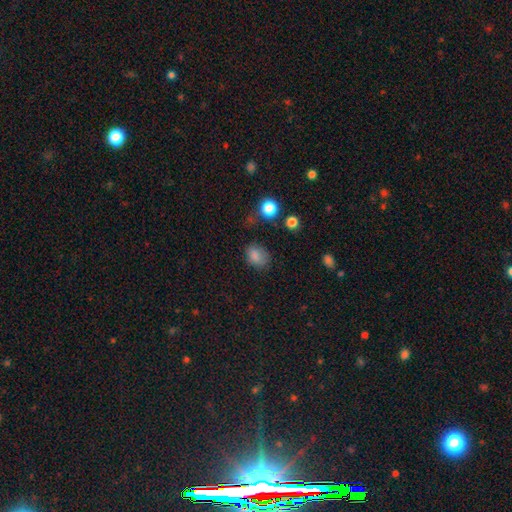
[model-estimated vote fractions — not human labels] smooth 81%, star or artifact 12%, featured or disk 6%. Down the decision tree: how rounded — in between (63%); merging — none (65%).